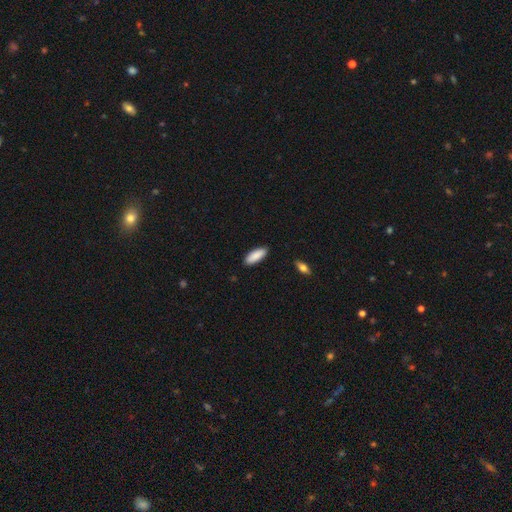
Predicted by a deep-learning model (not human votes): The model was most divided on "how rounded": in between: 67%, cigar-shaped: 31%, round: 1%. More confident: smooth or featured — smooth (89%); merging — none (89%).